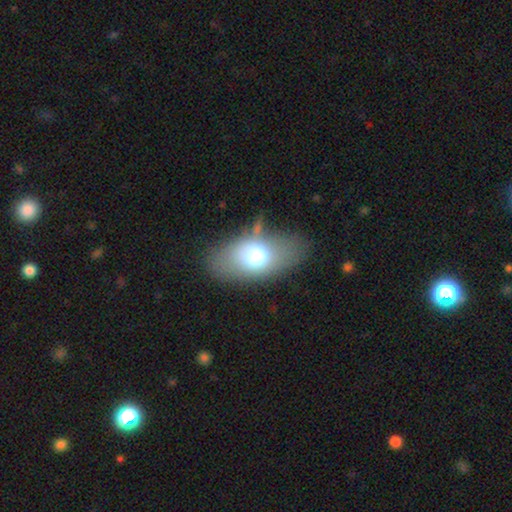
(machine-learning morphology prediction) This is likely a smooth galaxy (70%). How rounded: clearly in between (90%). Merging: likely none (63%).